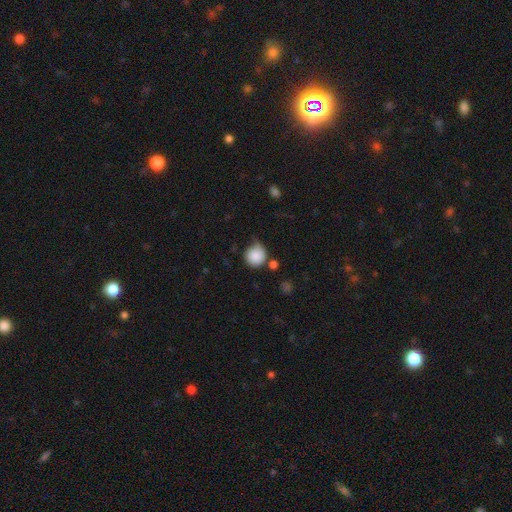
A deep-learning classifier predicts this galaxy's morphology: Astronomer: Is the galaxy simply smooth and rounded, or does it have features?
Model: smooth — 86%.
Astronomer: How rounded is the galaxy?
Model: round — 91%.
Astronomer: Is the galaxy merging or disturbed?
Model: none — 59%.